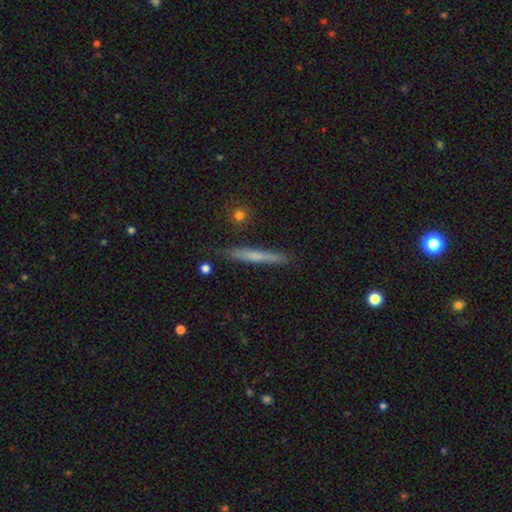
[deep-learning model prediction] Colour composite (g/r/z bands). It shows a smooth galaxy with no disk features (57%) that is cigar-shaped (96%). Merging: none (88%).